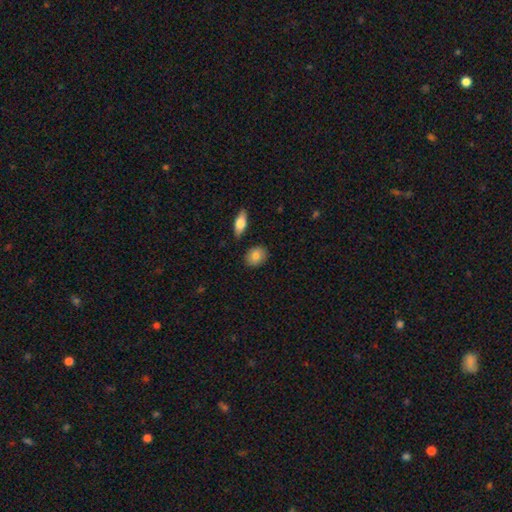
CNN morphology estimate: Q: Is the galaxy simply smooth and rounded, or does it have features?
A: smooth — 82%.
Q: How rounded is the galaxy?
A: in between — 53%.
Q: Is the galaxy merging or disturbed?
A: none — 86%.